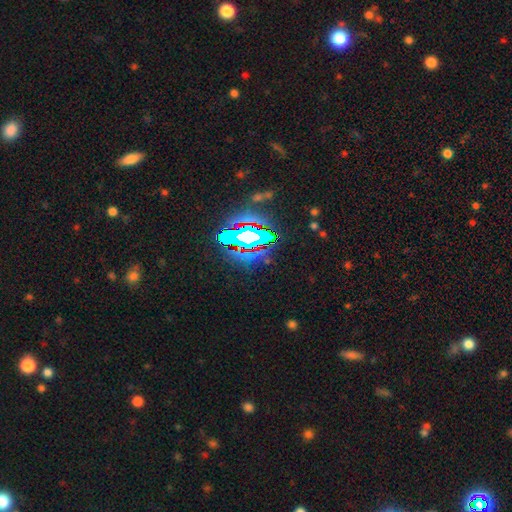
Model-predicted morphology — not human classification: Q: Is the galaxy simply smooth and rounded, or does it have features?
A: star or artifact — 80%.